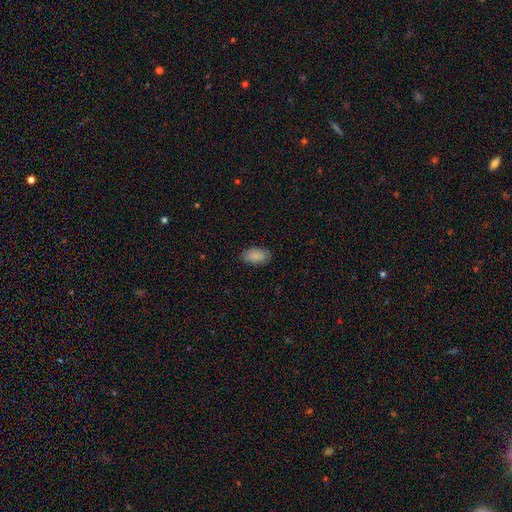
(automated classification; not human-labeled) smooth 88%, star or artifact 7%, featured or disk 5%. Down the decision tree: how rounded — in between (94%); merging — none (83%).